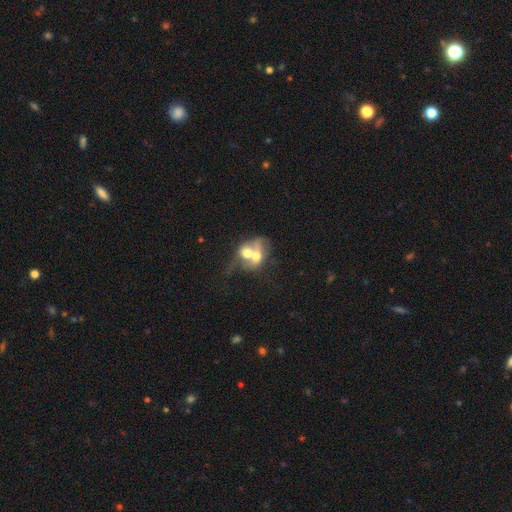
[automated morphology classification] smooth 51%, featured or disk 40%, star or artifact 9%. Down the decision tree: how rounded — in between (52%); merging — merger (77%).